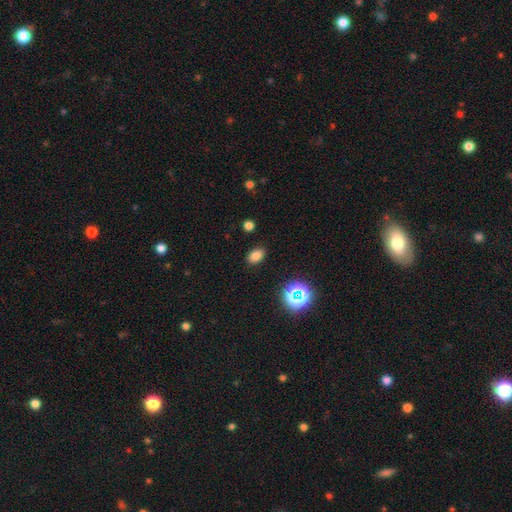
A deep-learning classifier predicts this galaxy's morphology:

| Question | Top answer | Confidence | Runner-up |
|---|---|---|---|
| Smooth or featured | smooth | 78% | star or artifact (16%) |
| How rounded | in between | 85% | round (14%) |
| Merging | none | 87% | minor disturbance (9%) |